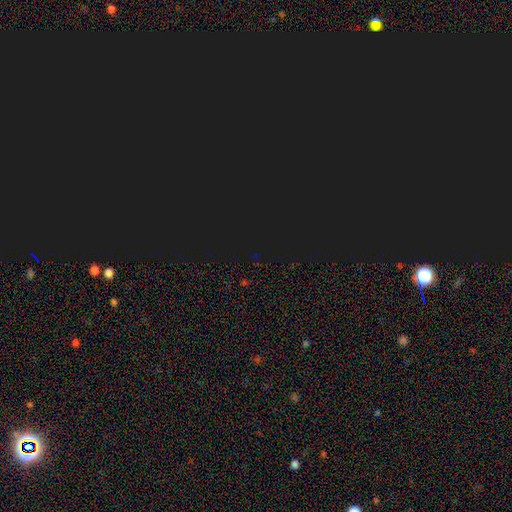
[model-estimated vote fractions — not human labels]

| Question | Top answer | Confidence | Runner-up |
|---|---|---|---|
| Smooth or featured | star or artifact | 80% | smooth (13%) |